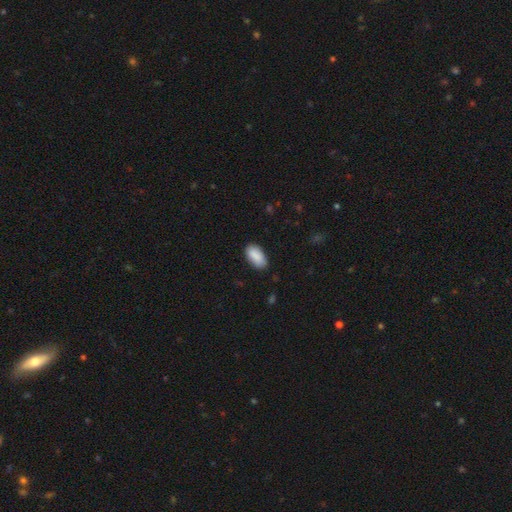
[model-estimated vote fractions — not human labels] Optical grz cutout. It shows a smooth galaxy with no disk features (89%) that is in between round and cigar-shaped (93%). Merging: none (82%).